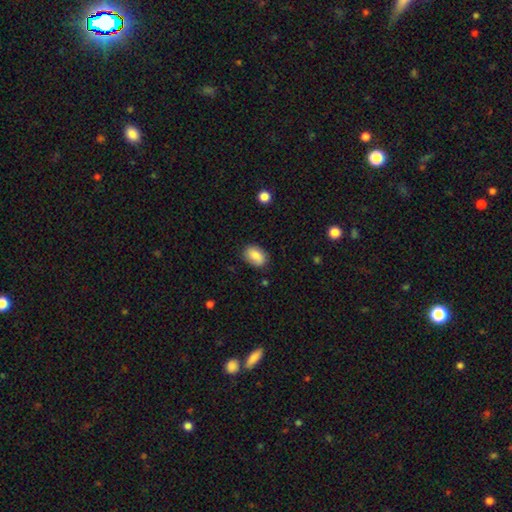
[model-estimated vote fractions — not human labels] Smooth or featured?
  - smooth: 85% *
  - featured or disk: 7%
  - star or artifact: 7%
How rounded?
  - in between: 84% *
  - round: 15%
  - cigar-shaped: 1%
Merging?
  - none: 83% *
  - minor disturbance: 13%
  - major disturbance: 3%
  - merger: 1%